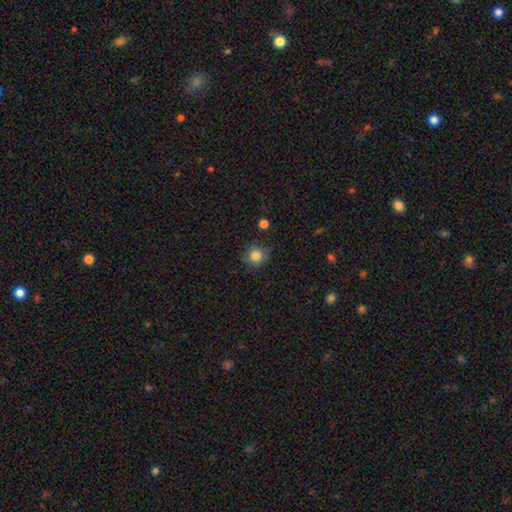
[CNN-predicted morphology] Smooth or featured: smooth — 84% (star or artifact — 11%)
How rounded: round — 91% (in between — 8%)
Merging: none — 79% (minor disturbance — 15%)